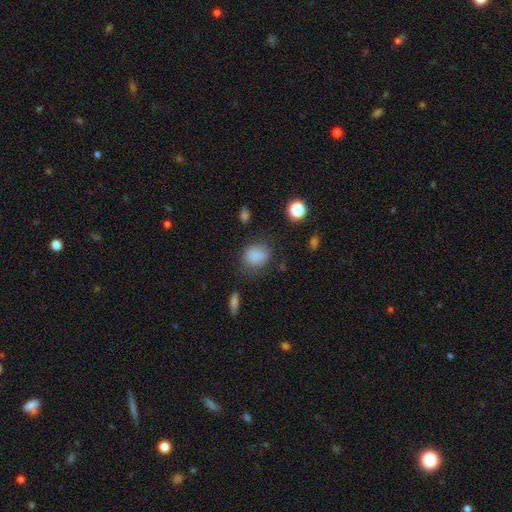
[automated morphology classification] Overall: smooth (84%). How rounded: round (62%; in between 37%). Merging: none (72%).